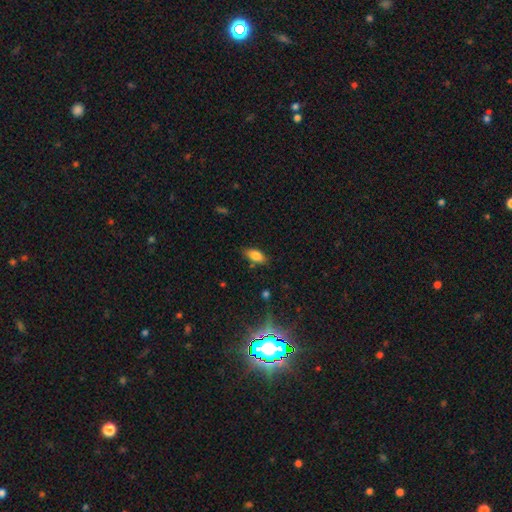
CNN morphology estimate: This appears to be a smooth galaxy with no disk features (81%) that is in between round and cigar-shaped (87%). Merging: none (77%).